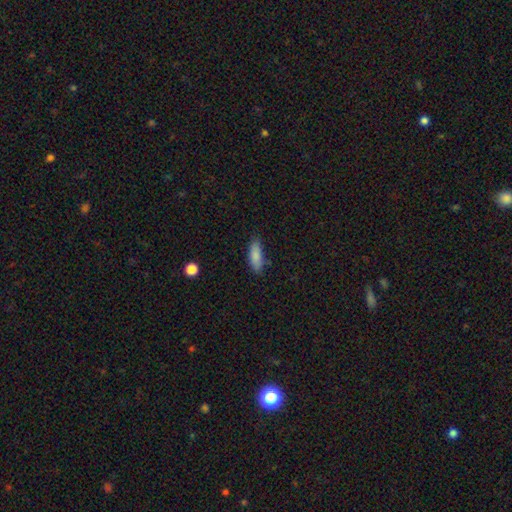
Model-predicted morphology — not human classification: Q: Smooth or featured?
A: smooth (85%); runner-up: featured or disk (8%)
Q: How rounded?
A: in between (64%); runner-up: cigar-shaped (34%)
Q: Merging?
A: none (78%); runner-up: minor disturbance (17%)